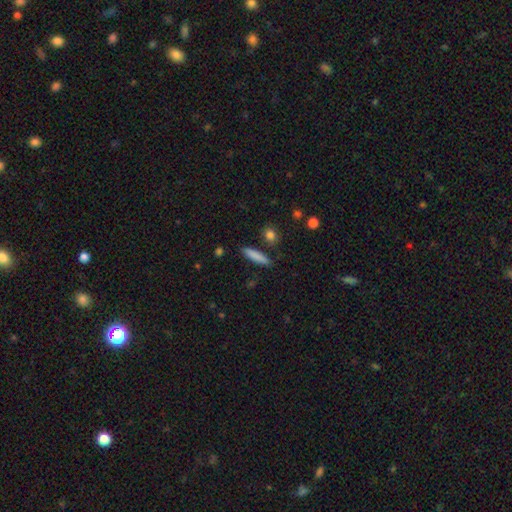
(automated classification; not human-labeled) Morphology: type=smooth (83%); roundness=cigar-shaped (84%); merging=none (86%).